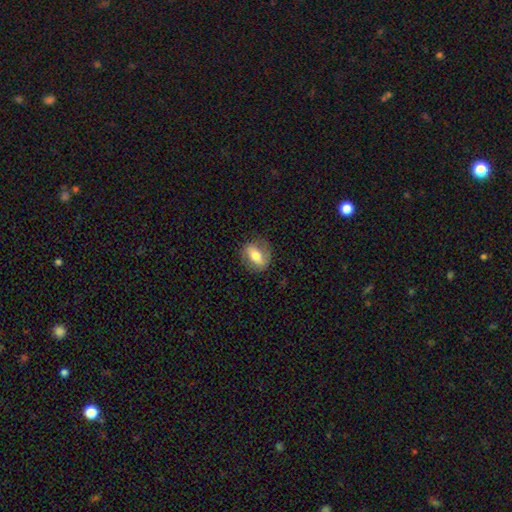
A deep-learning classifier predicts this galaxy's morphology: Smooth or featured? Predicted: smooth (p=0.56). How rounded? Predicted: in between (p=0.68). Merging? Predicted: none (p=0.80).